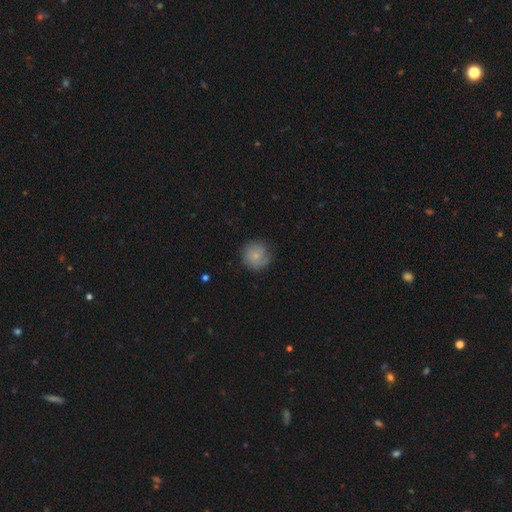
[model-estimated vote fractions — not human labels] Smooth or featured? Predicted: smooth (p=0.72). How rounded? Predicted: round (p=0.92). Merging? Predicted: none (p=0.73).